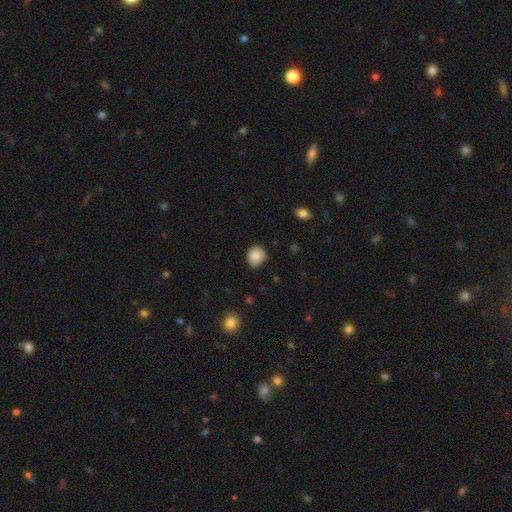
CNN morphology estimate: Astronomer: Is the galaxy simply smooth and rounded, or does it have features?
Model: smooth — 87%.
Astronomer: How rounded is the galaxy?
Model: round — 72%.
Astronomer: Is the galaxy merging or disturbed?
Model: none — 69%.